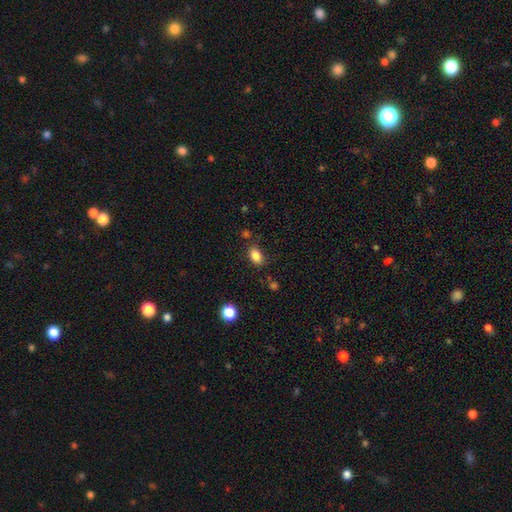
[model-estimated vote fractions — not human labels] Morphology: type=smooth (84%); roundness=in between (86%); merging=none (80%).